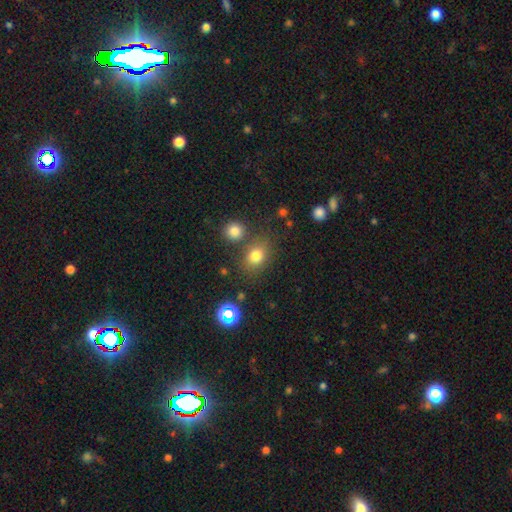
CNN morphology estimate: A smooth galaxy with no disk features (75%) that is in between round and cigar-shaped (50%).

Vote fractions:
- Smooth or featured? smooth: 75% / star or artifact: 17% / featured or disk: 8%
- How rounded? in between: 50% / round: 48% / cigar-shaped: 1%
- Merging? none: 71% / minor disturbance: 12% / merger: 12% / major disturbance: 5%